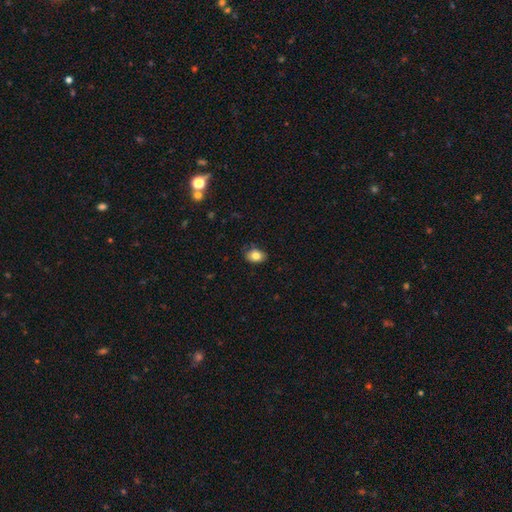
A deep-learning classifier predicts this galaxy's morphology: A smooth galaxy with no disk features (81%) that is in between round and cigar-shaped (76%). Merging: none (77%).